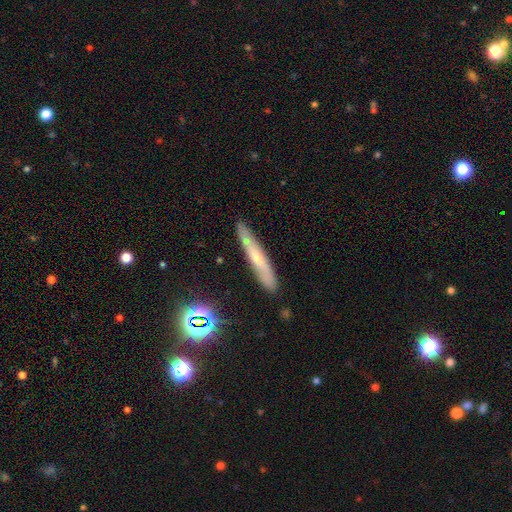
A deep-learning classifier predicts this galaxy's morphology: Overall: featured or disk (47%; smooth 41%). Merging: none (81%).